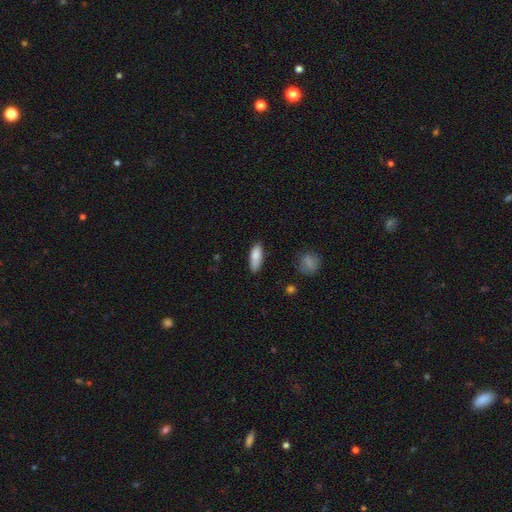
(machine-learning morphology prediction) The model was most divided on "how rounded": in between: 72%, cigar-shaped: 26%, round: 2%. More confident: smooth or featured — smooth (85%); merging — none (76%).